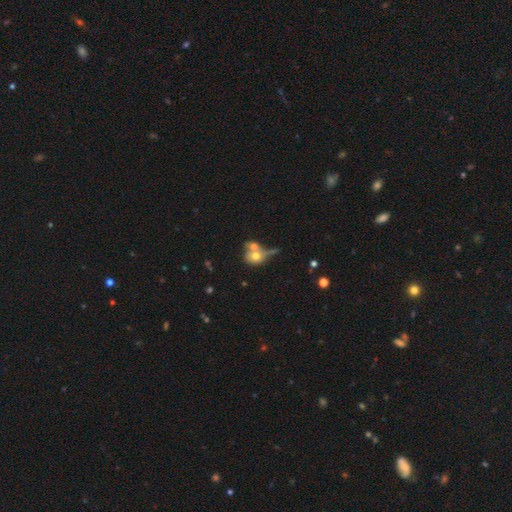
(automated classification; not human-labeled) A smooth galaxy with no disk features (67%) that is round (66%).

Vote fractions:
- Smooth or featured? smooth: 67% / featured or disk: 24% / star or artifact: 10%
- How rounded? round: 66% / in between: 31% / cigar-shaped: 2%
- Merging? merger: 56% / none: 25% / minor disturbance: 10% / major disturbance: 9%